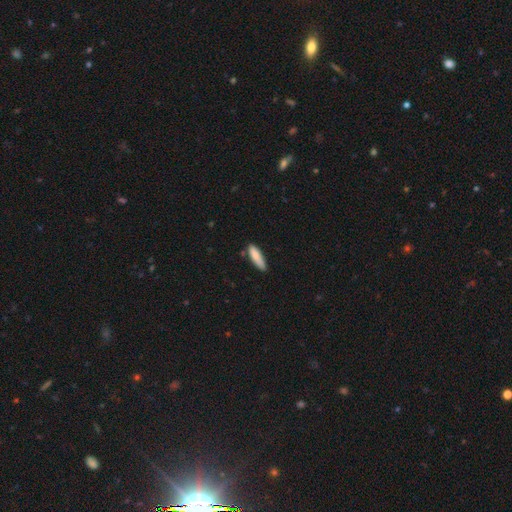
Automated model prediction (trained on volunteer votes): Smooth or featured? Predicted: smooth (p=0.85). How rounded? Predicted: cigar-shaped (p=0.61). Merging? Predicted: none (p=0.73).